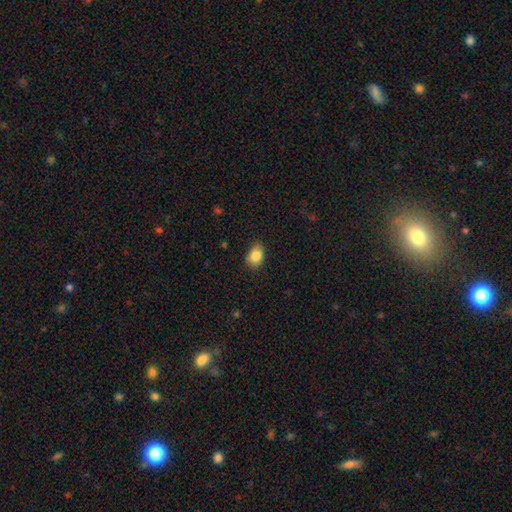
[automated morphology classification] This appears to be a smooth galaxy with no disk features (85%) that is in between round and cigar-shaped (74%). Merging: none (75%).